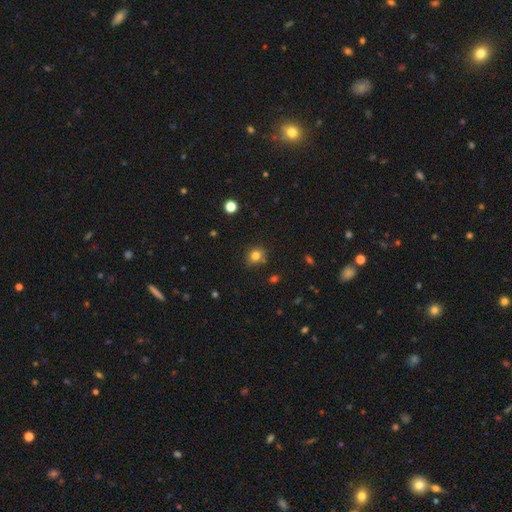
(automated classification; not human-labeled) A smooth galaxy with no disk features (79%) that is round (73%). Merging: none (77%).